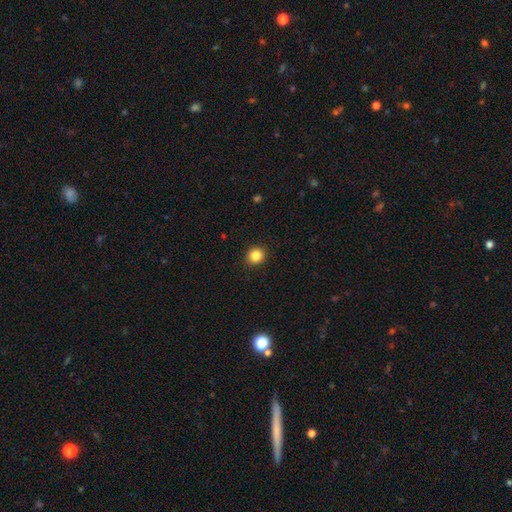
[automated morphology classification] Smooth or featured: smooth — 85% (star or artifact — 11%)
How rounded: round — 90% (in between — 9%)
Merging: none — 92% (minor disturbance — 6%)